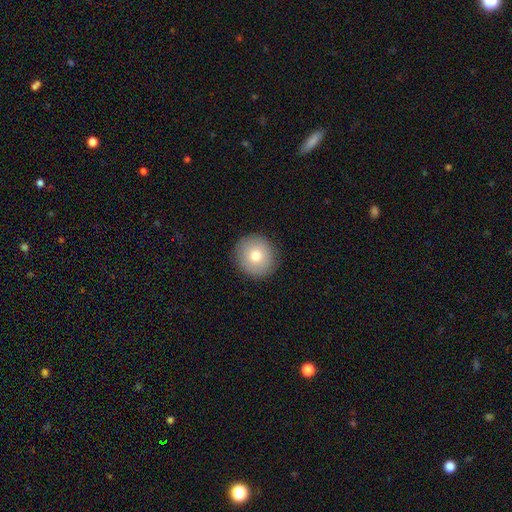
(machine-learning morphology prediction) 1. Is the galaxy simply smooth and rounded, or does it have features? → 76% smooth, 15% featured or disk, 9% star or artifact.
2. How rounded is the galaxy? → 91% round, 8% in between, 1% cigar-shaped.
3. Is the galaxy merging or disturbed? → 91% none, 6% minor disturbance, 2% major disturbance, 1% merger.